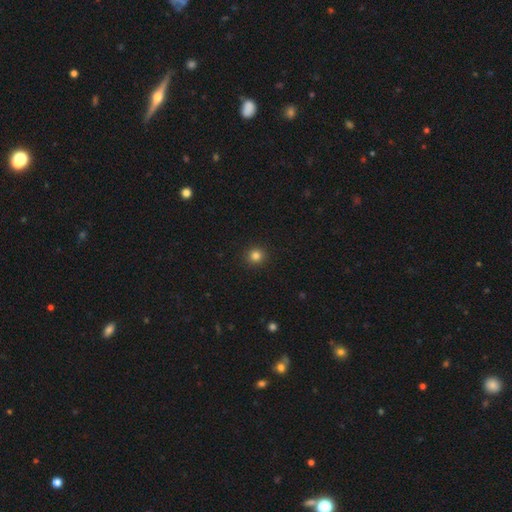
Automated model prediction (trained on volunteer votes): Smooth or featured?
  - smooth: 82% *
  - star or artifact: 13%
  - featured or disk: 5%
How rounded?
  - round: 93% *
  - in between: 6%
  - cigar-shaped: 1%
Merging?
  - none: 92% *
  - minor disturbance: 5%
  - major disturbance: 2%
  - merger: 1%